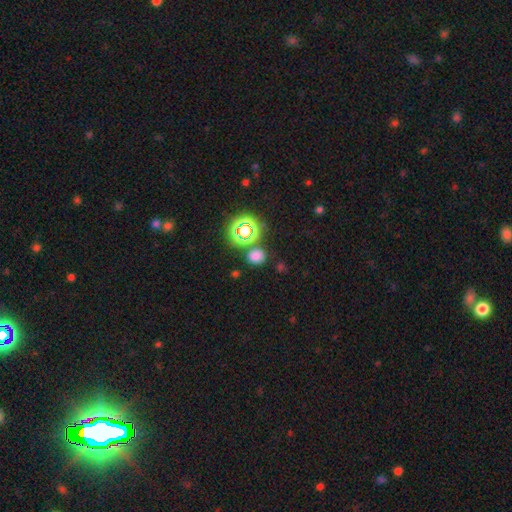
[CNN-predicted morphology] Smooth or featured? Predicted: smooth (p=0.69). How rounded? Predicted: round (p=0.73). Merging? Predicted: none (p=0.80).